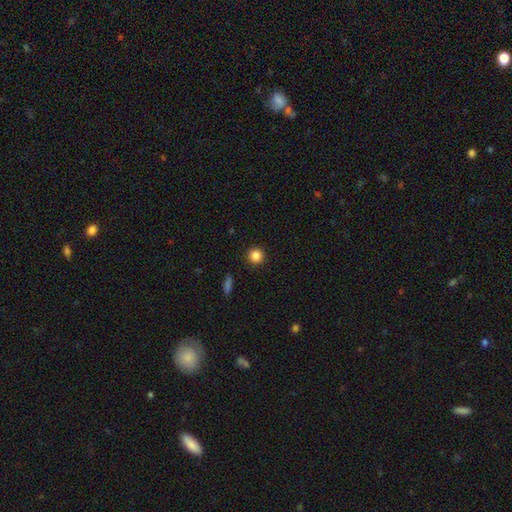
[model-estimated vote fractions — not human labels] The model was most divided on "smooth or featured": smooth: 85%, star or artifact: 11%, featured or disk: 4%. More confident: how rounded — round (94%); merging — none (92%).